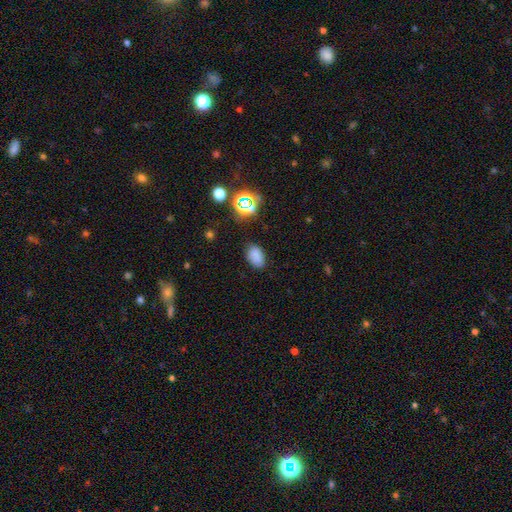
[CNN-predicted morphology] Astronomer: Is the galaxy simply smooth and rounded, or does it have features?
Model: smooth — 79%.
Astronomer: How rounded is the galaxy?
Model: in between — 87%.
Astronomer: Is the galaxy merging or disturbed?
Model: none — 80%.